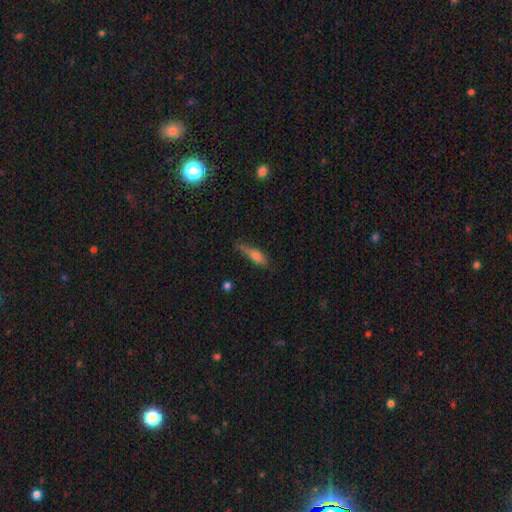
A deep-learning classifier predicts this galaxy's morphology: A smooth galaxy with no disk features (71%) that is cigar-shaped (54%).

Vote fractions:
- Smooth or featured? smooth: 71% / featured or disk: 19% / star or artifact: 10%
- How rounded? cigar-shaped: 54% / in between: 43% / round: 3%
- Merging? none: 50% / minor disturbance: 35% / major disturbance: 11% / merger: 4%